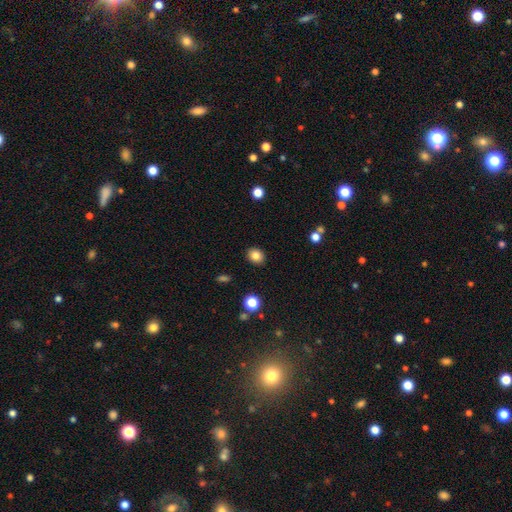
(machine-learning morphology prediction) This is clearly a smooth galaxy (84%). How rounded: likely round (64%). Merging: clearly none (90%).